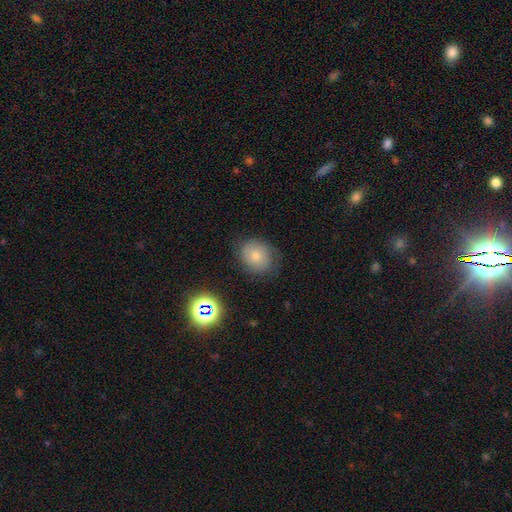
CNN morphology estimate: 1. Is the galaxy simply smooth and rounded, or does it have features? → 72% smooth, 17% featured or disk, 12% star or artifact.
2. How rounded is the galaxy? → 66% round, 33% in between, 1% cigar-shaped.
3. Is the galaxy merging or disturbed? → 74% none, 19% minor disturbance, 6% major disturbance, 2% merger.